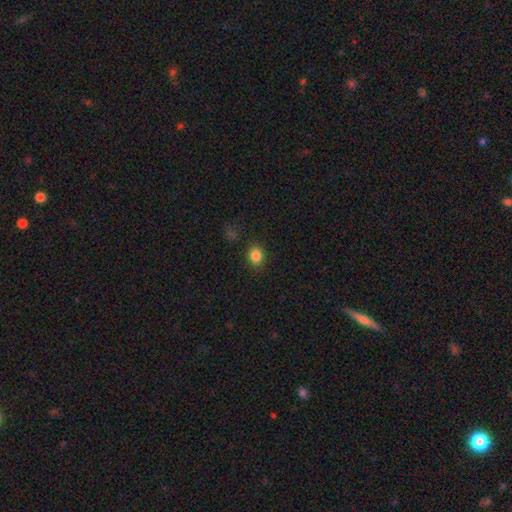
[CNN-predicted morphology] Q: Smooth or featured?
A: smooth (84%); runner-up: star or artifact (11%)
Q: How rounded?
A: round (65%); runner-up: in between (34%)
Q: Merging?
A: none (85%); runner-up: minor disturbance (10%)